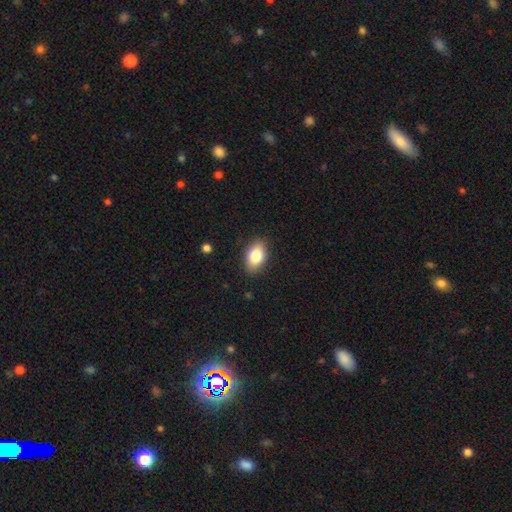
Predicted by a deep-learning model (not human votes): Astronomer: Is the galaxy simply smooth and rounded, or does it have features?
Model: smooth — 82%.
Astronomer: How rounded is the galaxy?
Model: in between — 89%.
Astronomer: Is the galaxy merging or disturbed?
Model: none — 87%.